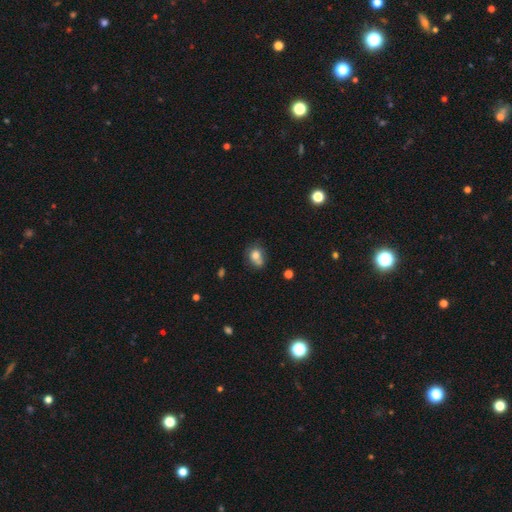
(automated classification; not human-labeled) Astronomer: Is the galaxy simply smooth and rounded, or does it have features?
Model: smooth — 76%.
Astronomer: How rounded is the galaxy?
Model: round — 55% (runner-up: in between, 44%).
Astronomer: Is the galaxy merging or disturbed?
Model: none — 42% (runner-up: merger, 28%).